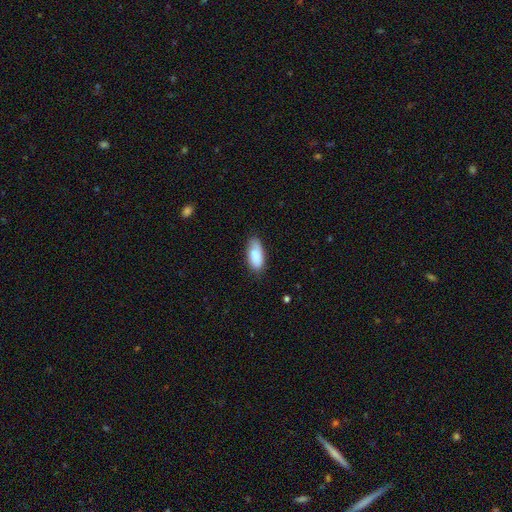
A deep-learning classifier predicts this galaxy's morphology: Overall: smooth (85%). How rounded: in between (88%). Merging: none (76%).